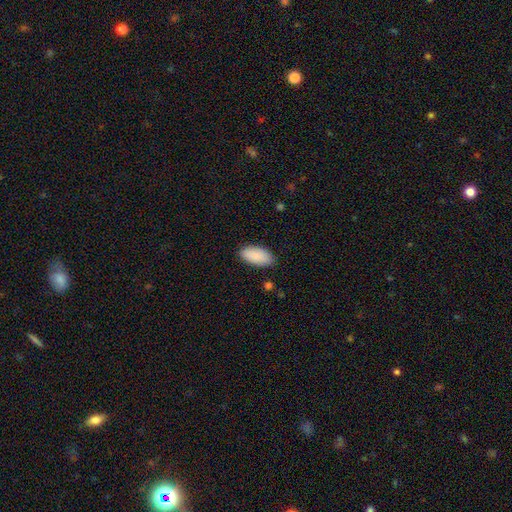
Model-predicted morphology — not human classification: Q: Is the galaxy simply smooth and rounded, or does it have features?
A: smooth — 90%.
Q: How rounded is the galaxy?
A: in between — 93%.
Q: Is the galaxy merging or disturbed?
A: none — 86%.